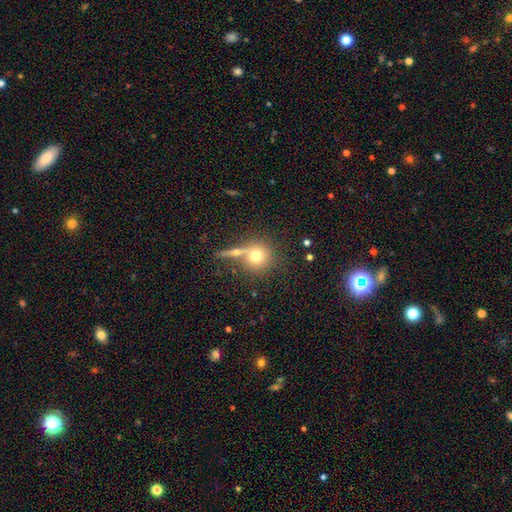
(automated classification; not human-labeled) Smooth or featured: smooth — 69% (featured or disk — 19%)
How rounded: round — 90% (in between — 8%)
Merging: none — 58% (merger — 26%)